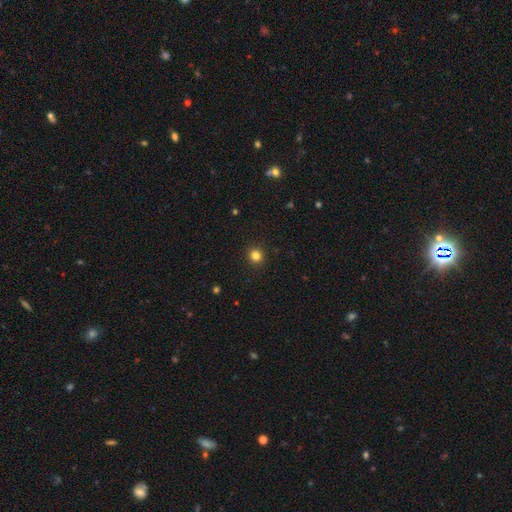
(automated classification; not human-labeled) smooth 82%, star or artifact 13%, featured or disk 5%. Down the decision tree: how rounded — round (92%); merging — none (93%).